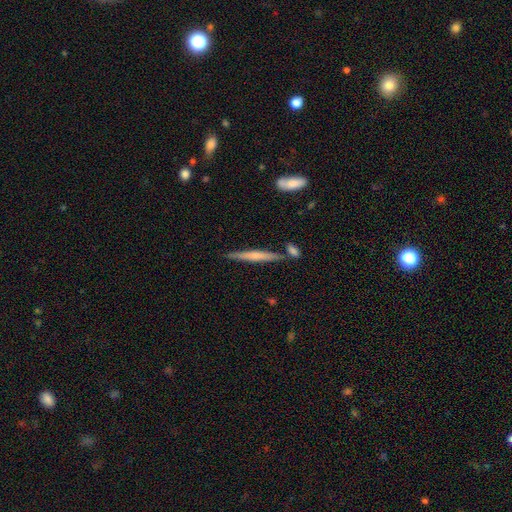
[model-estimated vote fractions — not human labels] Smooth or featured?
  - smooth: 49% *
  - featured or disk: 45%
  - star or artifact: 6%
Merging?
  - none: 79% *
  - minor disturbance: 11%
  - merger: 7%
  - major disturbance: 2%